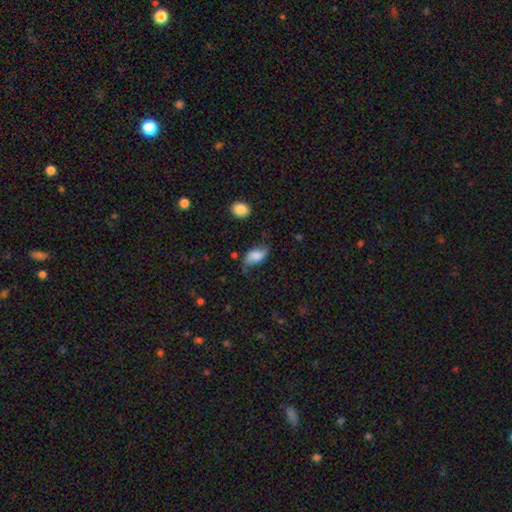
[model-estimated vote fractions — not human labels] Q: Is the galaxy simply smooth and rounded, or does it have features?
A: smooth — 64%.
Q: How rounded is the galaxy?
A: in between — 91%.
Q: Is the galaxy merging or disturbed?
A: none — 56%.